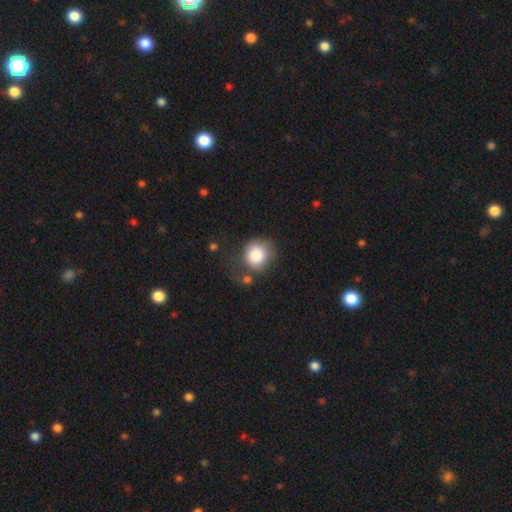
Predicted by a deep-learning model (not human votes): Smooth or featured? Predicted: smooth (p=0.84). How rounded? Predicted: round (p=0.81). Merging? Predicted: none (p=0.50).